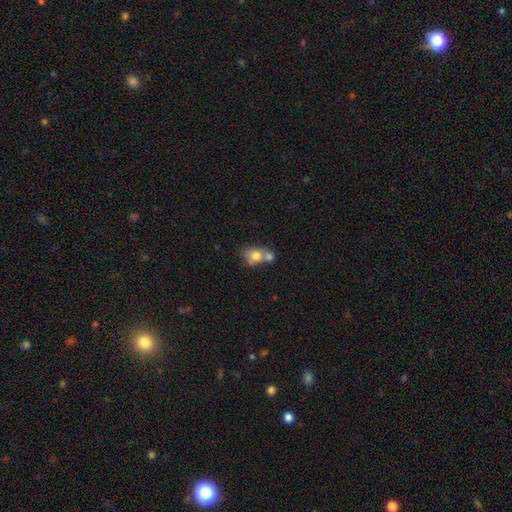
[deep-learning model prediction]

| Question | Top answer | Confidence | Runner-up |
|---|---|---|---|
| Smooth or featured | smooth | 74% | featured or disk (17%) |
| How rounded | in between | 51% | round (47%) |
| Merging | merger | 56% | none (28%) |